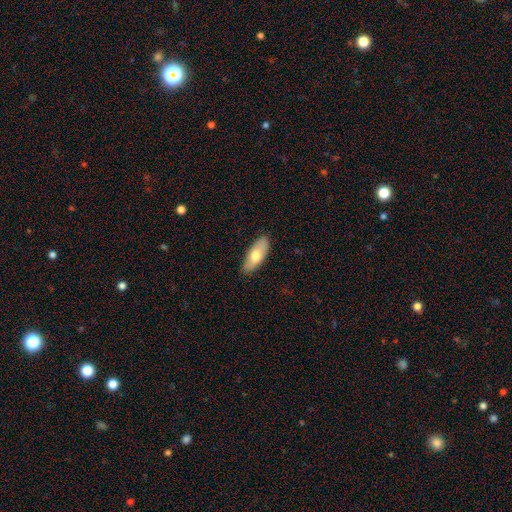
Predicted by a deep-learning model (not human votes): Morphology: type=smooth (68%); roundness=in between (81%); merging=none (82%).